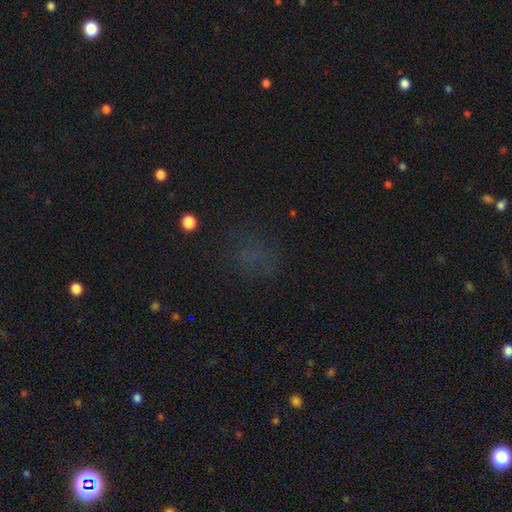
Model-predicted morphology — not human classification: smooth_or_featured: smooth (p=0.48) [alt: star or artifact p=0.40]
merging: none (p=0.73) [alt: minor disturbance p=0.15]